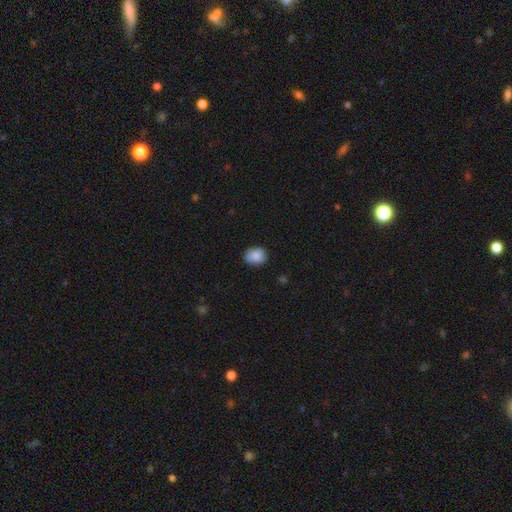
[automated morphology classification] This is clearly a smooth galaxy (83%). How rounded: possibly round (58%). Merging: likely none (75%).